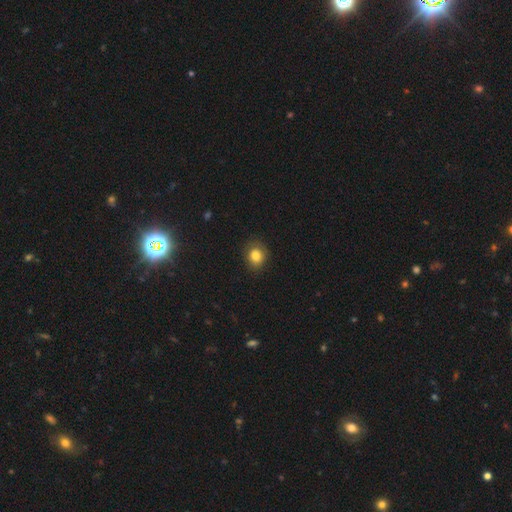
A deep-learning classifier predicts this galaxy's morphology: The model was most divided on "how rounded": round: 71%, in between: 28%, cigar-shaped: 1%. More confident: merging — none (84%); smooth or featured — smooth (82%).